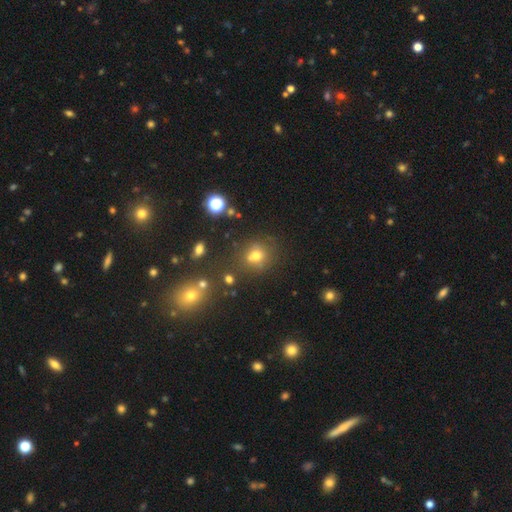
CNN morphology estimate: The model was most divided on "smooth or featured": smooth: 65%, star or artifact: 22%, featured or disk: 13%. More confident: how rounded — round (77%); merging — none (62%).